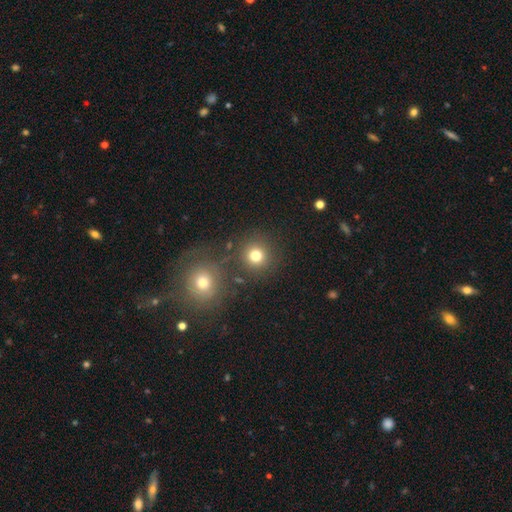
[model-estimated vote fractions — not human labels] Smooth or featured: smooth — 78% (star or artifact — 14%)
How rounded: round — 92% (in between — 7%)
Merging: none — 81% (merger — 8%)